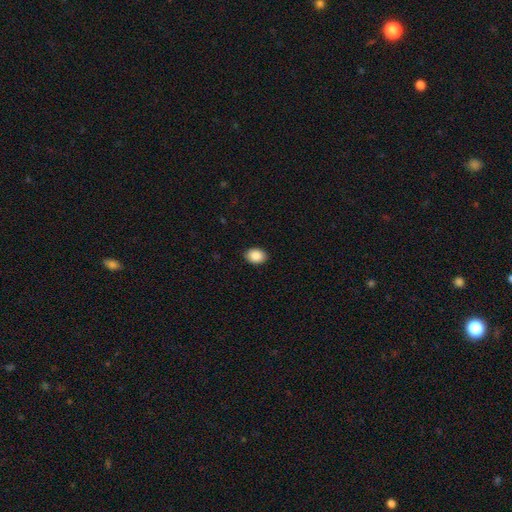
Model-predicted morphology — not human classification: A smooth galaxy with no disk features (90%) that is in between round and cigar-shaped (72%).

Vote fractions:
- Smooth or featured? smooth: 90% / star or artifact: 7% / featured or disk: 3%
- How rounded? in between: 72% / round: 27% / cigar-shaped: 1%
- Merging? none: 90% / minor disturbance: 7% / major disturbance: 2% / merger: 1%